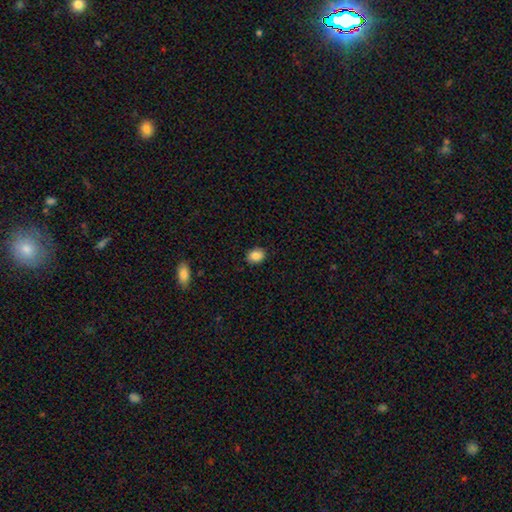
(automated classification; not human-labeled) A smooth galaxy with no disk features (86%) that is in between round and cigar-shaped (58%). Merging: none (88%).